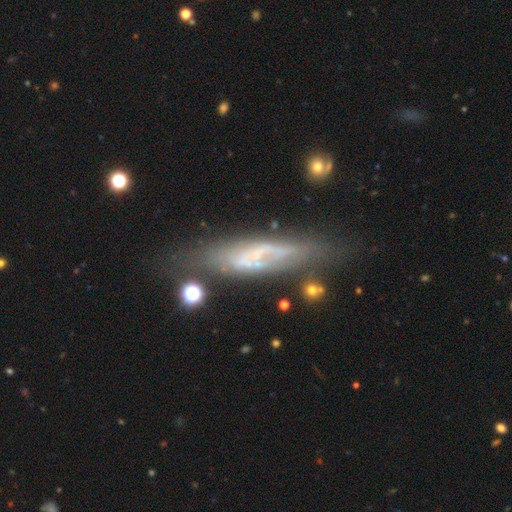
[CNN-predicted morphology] The model was most divided on "edge-on disk": yes: 61%, no: 39%. More confident: smooth or featured — featured or disk (65%); merging — none (59%).